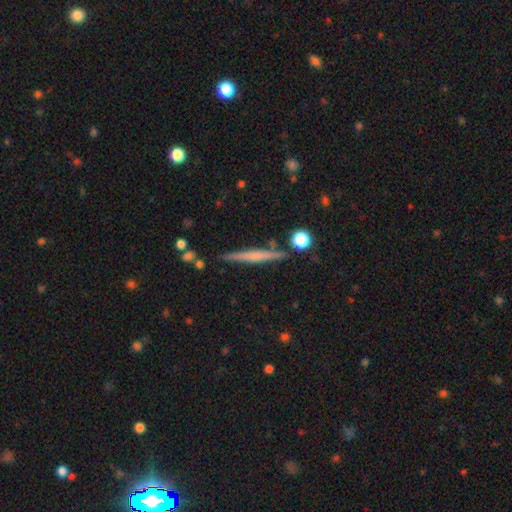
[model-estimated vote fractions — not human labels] This is possibly a featured or disk galaxy (53%). It is clearly viewed edge-on (97%). Edge-on bulge: likely none (62%). Merging: clearly none (87%).